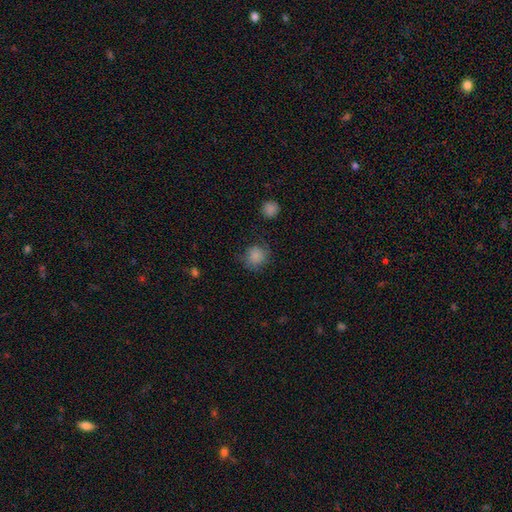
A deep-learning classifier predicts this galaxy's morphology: A smooth galaxy with no disk features (83%) that is round (86%).

Vote fractions:
- Smooth or featured? smooth: 83% / star or artifact: 10% / featured or disk: 7%
- How rounded? round: 86% / in between: 13% / cigar-shaped: 1%
- Merging? none: 72% / minor disturbance: 18% / major disturbance: 7% / merger: 2%